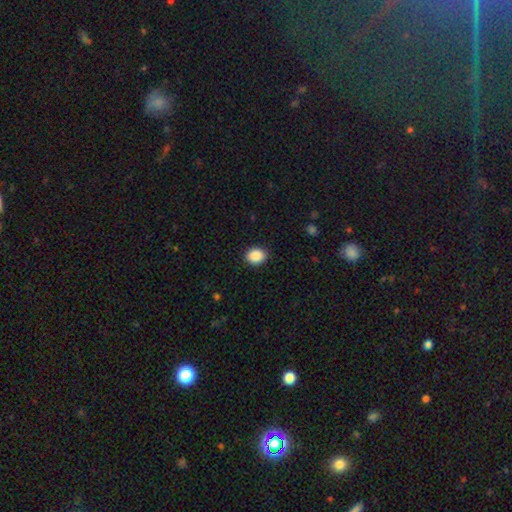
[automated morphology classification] A smooth galaxy with no disk features (89%) that is round (54%).

Vote fractions:
- Smooth or featured? smooth: 89% / star or artifact: 8% / featured or disk: 3%
- How rounded? round: 54% / in between: 45% / cigar-shaped: 1%
- Merging? none: 90% / minor disturbance: 7% / major disturbance: 2% / merger: 1%